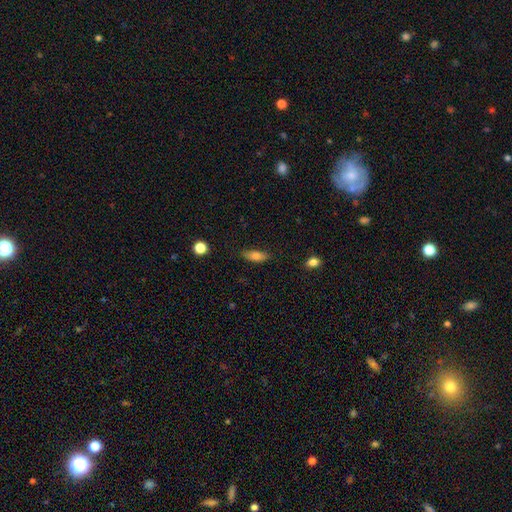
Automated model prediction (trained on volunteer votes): A smooth galaxy with no disk features (79%) that is in between round and cigar-shaped (72%). Merging: none (80%).